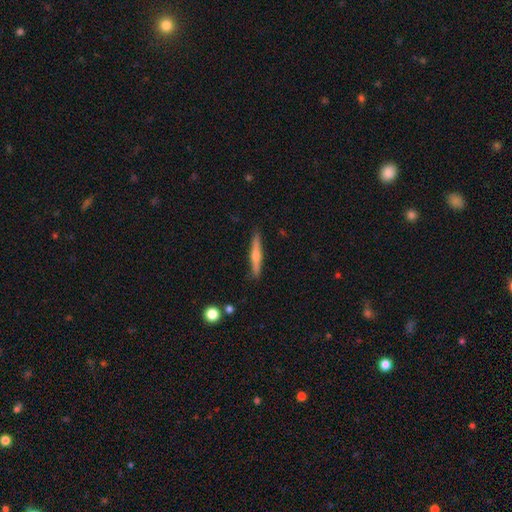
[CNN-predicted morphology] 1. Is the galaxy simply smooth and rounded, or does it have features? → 62% featured or disk, 32% smooth, 6% star or artifact.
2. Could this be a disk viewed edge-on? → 97% yes, 3% no.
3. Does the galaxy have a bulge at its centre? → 87% rounded, 9% none, 4% boxy.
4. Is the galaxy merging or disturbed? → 89% none, 8% minor disturbance, 2% major disturbance, 1% merger.